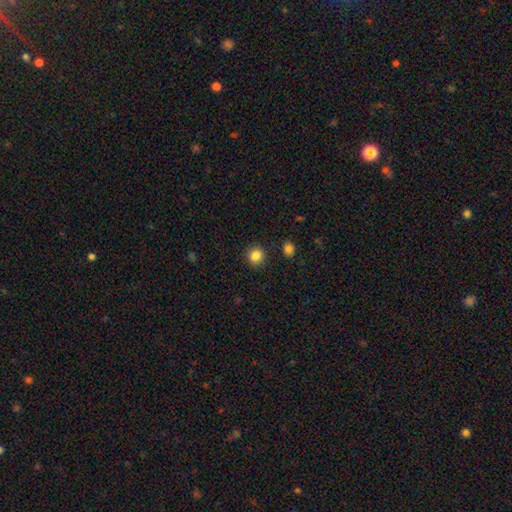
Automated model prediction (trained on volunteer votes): Smooth or featured? smooth (86%)
How rounded? round (85%)
Merging? none (89%)